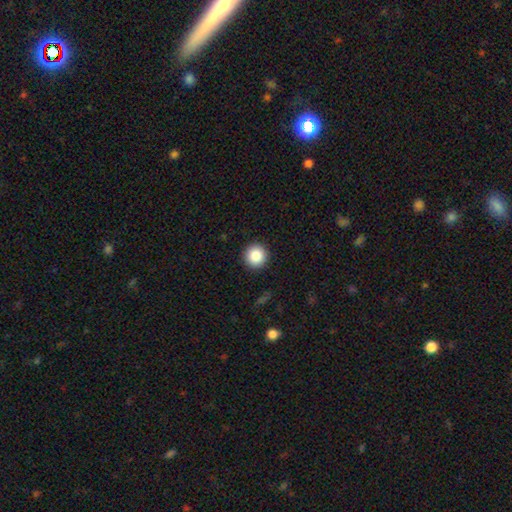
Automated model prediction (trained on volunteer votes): This is clearly a smooth galaxy (86%). How rounded: clearly round (96%). Merging: clearly none (92%).